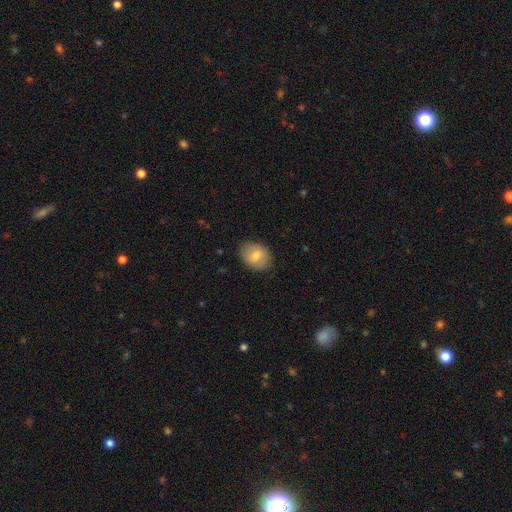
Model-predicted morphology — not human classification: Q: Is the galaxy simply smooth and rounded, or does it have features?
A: smooth — 71%.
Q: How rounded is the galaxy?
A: in between — 58%.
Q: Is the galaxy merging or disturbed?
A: none — 83%.